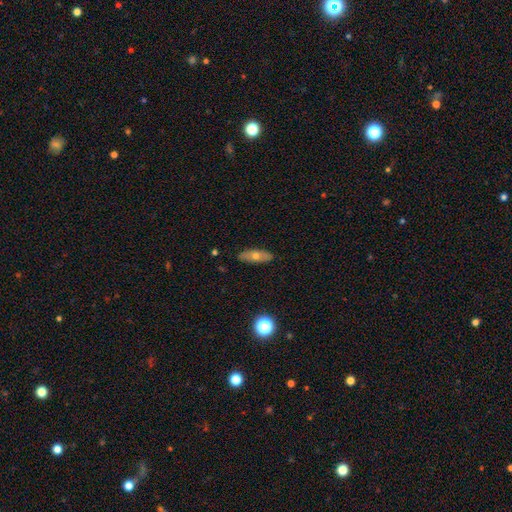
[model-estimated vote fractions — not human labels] smooth-or-featured: smooth: 53% | featured or disk: 39% | star or artifact: 8%
  how-rounded: in between: 52% | cigar-shaped: 43% | round: 5%
  merging: none: 88% | minor disturbance: 9% | major disturbance: 2% | merger: 1%